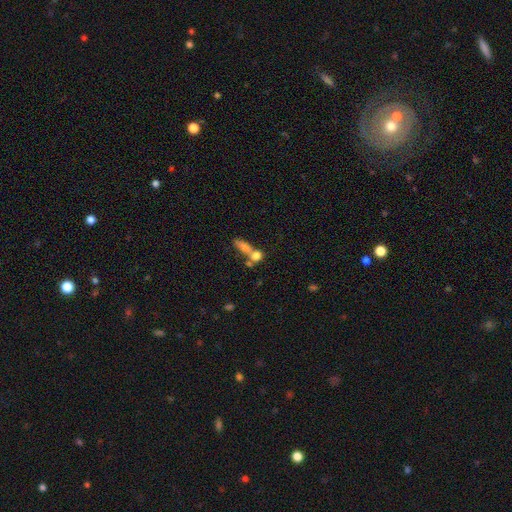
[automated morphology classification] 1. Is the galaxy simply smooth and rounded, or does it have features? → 73% smooth, 16% featured or disk, 12% star or artifact.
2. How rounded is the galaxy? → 45% in between, 38% round, 17% cigar-shaped.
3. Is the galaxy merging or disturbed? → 50% merger, 33% none, 9% minor disturbance, 7% major disturbance.